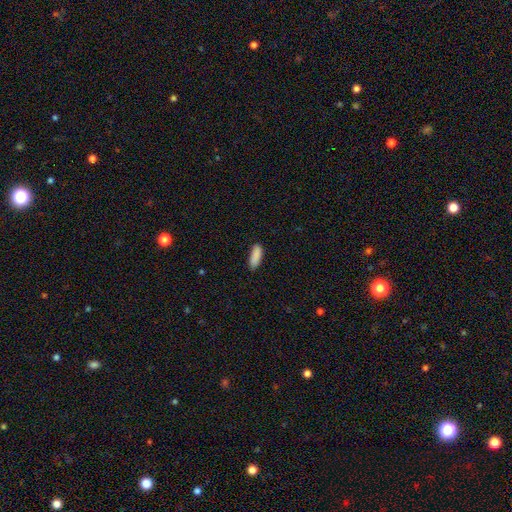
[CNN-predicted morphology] A smooth galaxy with no disk features (89%) that is in between round and cigar-shaped (61%).

Vote fractions:
- Smooth or featured? smooth: 89% / star or artifact: 7% / featured or disk: 4%
- How rounded? in between: 61% / cigar-shaped: 38% / round: 2%
- Merging? none: 85% / minor disturbance: 12% / major disturbance: 2% / merger: 1%